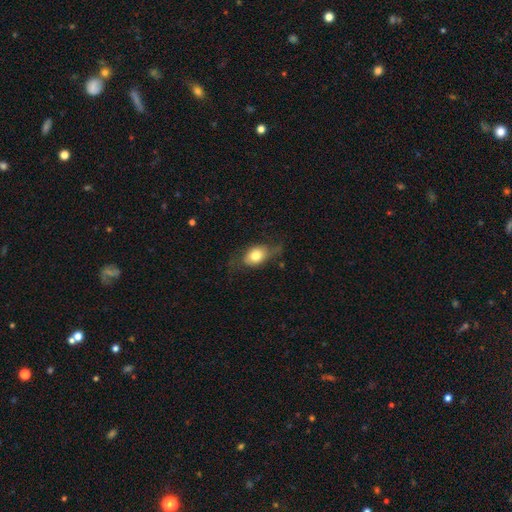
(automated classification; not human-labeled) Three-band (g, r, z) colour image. It shows a smooth galaxy with no disk features (68%) that is in between round and cigar-shaped (73%). Merging: none (52%).